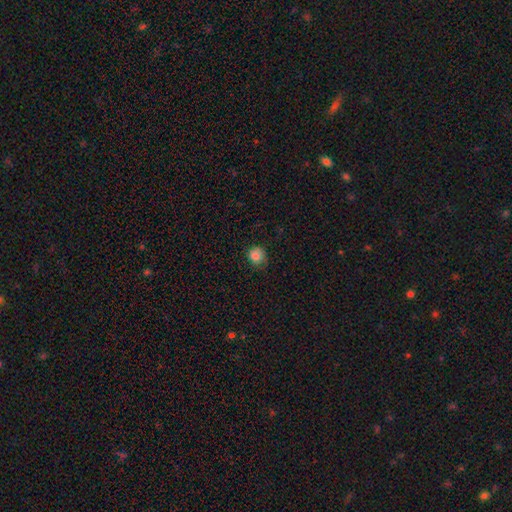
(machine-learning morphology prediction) type=smooth (83%); roundness=round (81%); merging=none (66%).